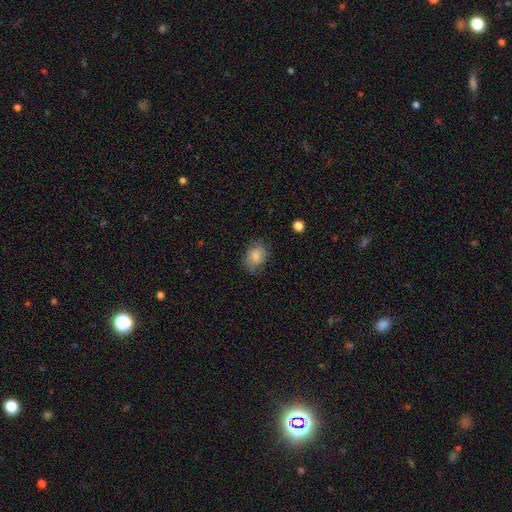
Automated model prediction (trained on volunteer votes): This is clearly a smooth galaxy (84%). How rounded: likely in between (62%). Merging: likely none (72%).